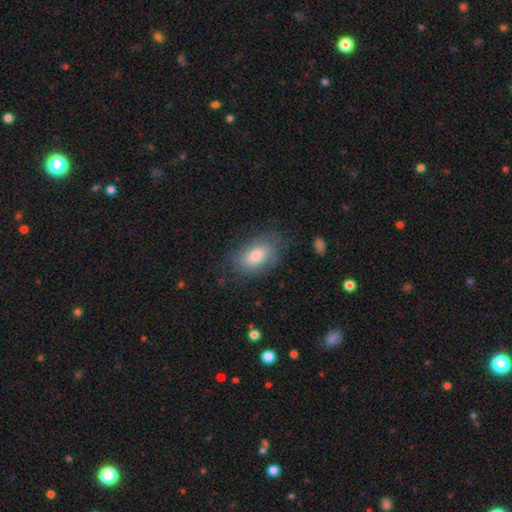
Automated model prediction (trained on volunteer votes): Smooth or featured? smooth (74%)
How rounded? in between (90%)
Merging? none (70%)